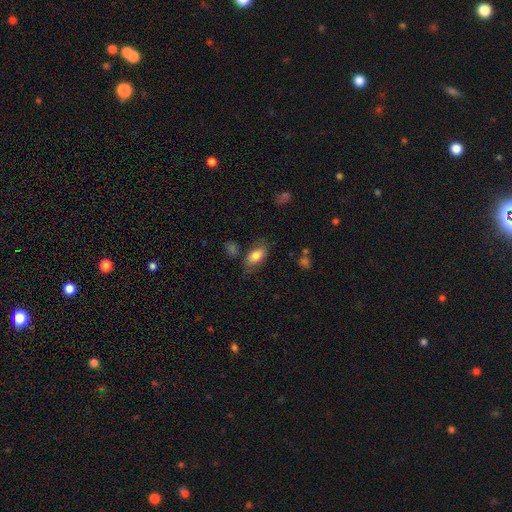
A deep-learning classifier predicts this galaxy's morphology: A smooth galaxy with no disk features (78%) that is in between round and cigar-shaped (91%).

Vote fractions:
- Smooth or featured? smooth: 78% / featured or disk: 15% / star or artifact: 7%
- How rounded? in between: 91% / cigar-shaped: 6% / round: 4%
- Merging? none: 71% / minor disturbance: 18% / major disturbance: 6% / merger: 5%